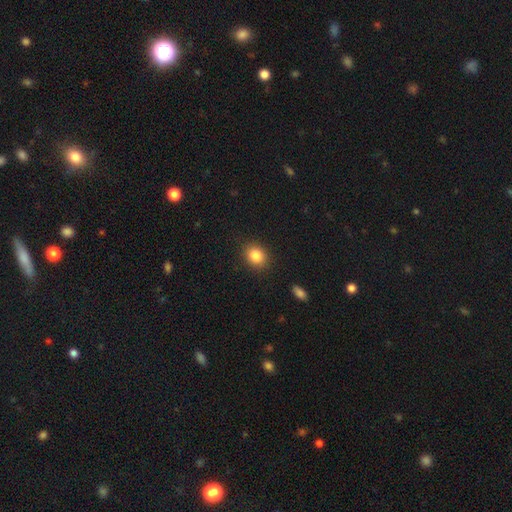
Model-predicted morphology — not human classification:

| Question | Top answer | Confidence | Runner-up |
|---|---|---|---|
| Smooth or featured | smooth | 85% | star or artifact (10%) |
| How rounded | round | 58% | in between (41%) |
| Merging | none | 88% | minor disturbance (8%) |